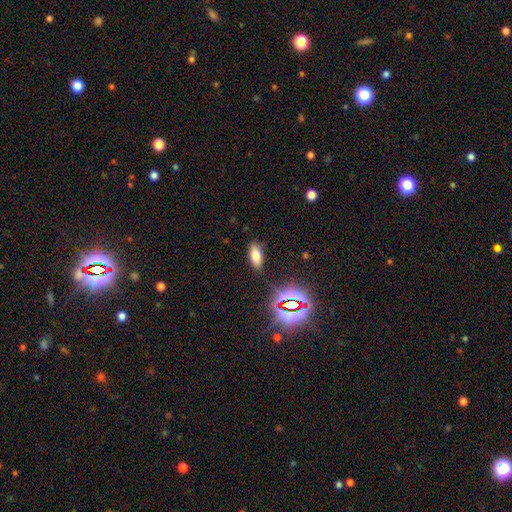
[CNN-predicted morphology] Smooth or featured? smooth (71%)
How rounded? in between (81%)
Merging? none (86%)